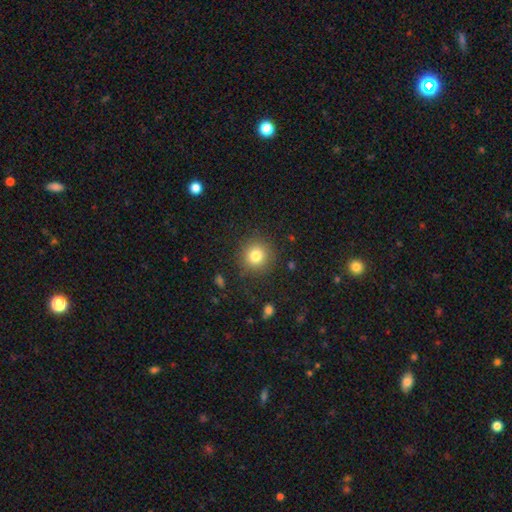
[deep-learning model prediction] Smooth or featured: smooth — 81% (star or artifact — 12%)
How rounded: round — 93% (in between — 6%)
Merging: none — 88% (minor disturbance — 8%)